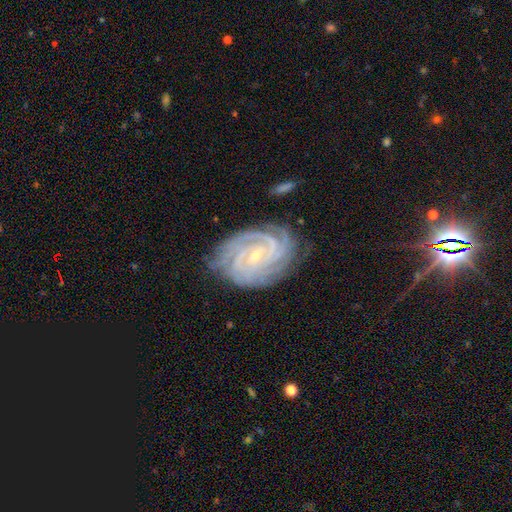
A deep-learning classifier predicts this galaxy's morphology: type=featured or disk (91%); edge-on=no (98%); bar=weak (41%); spiral arms=yes (99%); winding=tight (82%); arm count=4 (36%); bulge=small (80%); merging=none (79%).